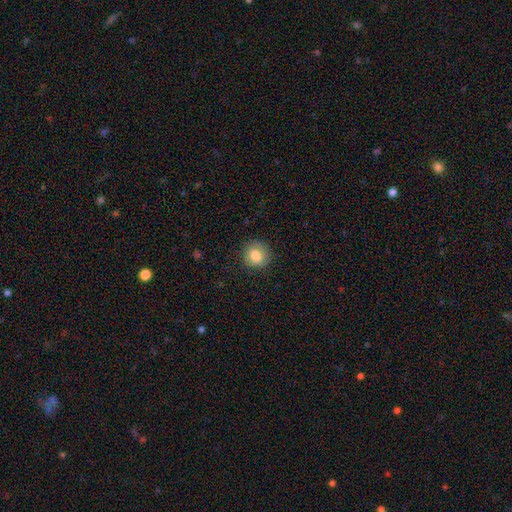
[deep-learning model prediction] Smooth or featured?
  - smooth: 83% *
  - star or artifact: 9%
  - featured or disk: 8%
How rounded?
  - round: 87% *
  - in between: 12%
  - cigar-shaped: 1%
Merging?
  - none: 84% *
  - minor disturbance: 11%
  - major disturbance: 3%
  - merger: 1%